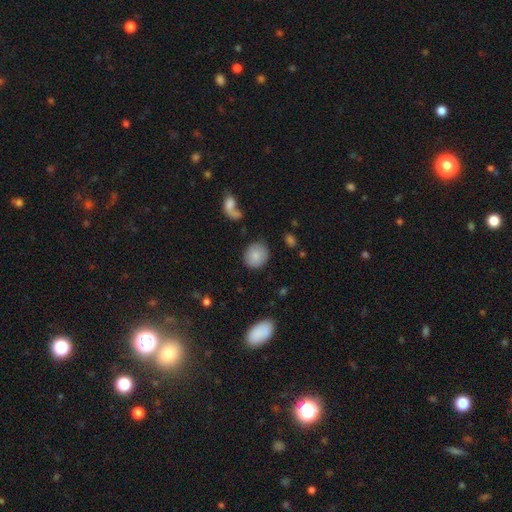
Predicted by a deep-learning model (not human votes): Q: Smooth or featured?
A: smooth (84%); runner-up: star or artifact (8%)
Q: How rounded?
A: round (78%); runner-up: in between (21%)
Q: Merging?
A: none (84%); runner-up: minor disturbance (10%)